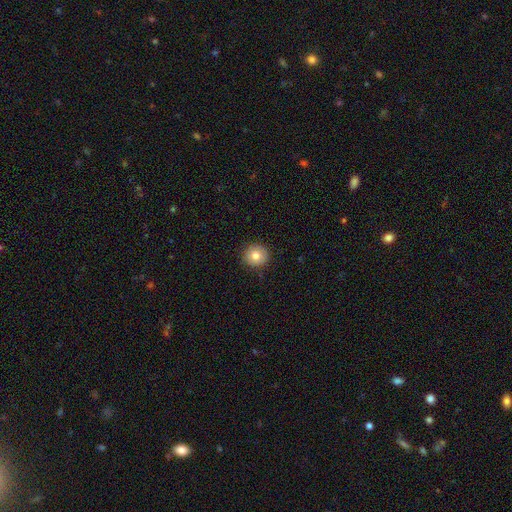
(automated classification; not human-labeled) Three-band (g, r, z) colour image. It shows a smooth galaxy with no disk features (79%) that is round (92%). Merging: none (89%).